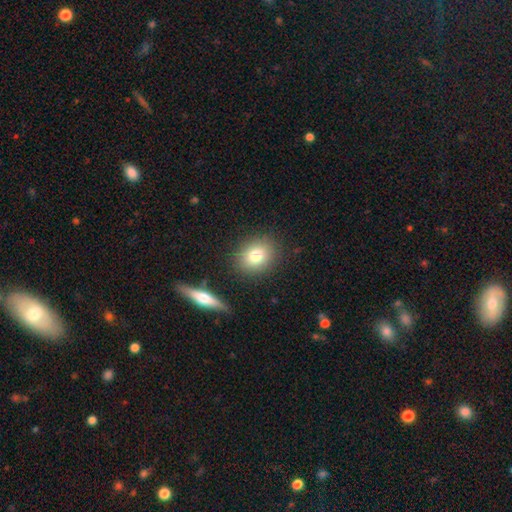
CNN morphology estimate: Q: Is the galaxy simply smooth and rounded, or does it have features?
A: smooth — 78%.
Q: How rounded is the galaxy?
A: round — 56%.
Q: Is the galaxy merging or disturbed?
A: none — 85%.